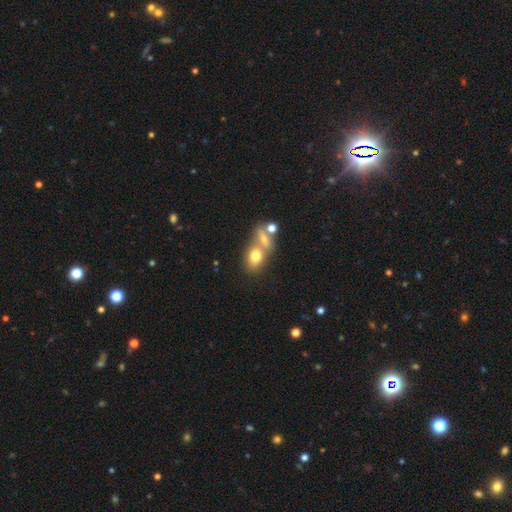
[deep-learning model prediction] Smooth or featured: smooth — 70% (featured or disk — 19%)
How rounded: in between — 68% (round — 29%)
Merging: merger — 53% (none — 32%)